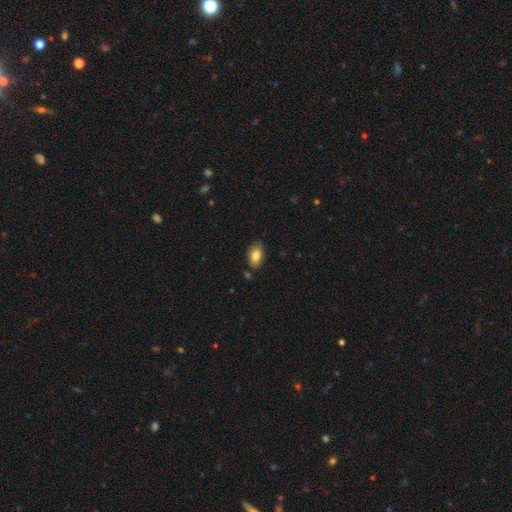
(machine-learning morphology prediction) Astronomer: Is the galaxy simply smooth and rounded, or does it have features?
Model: smooth — 83%.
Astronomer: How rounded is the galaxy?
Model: in between — 91%.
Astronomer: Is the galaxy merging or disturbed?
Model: none — 77%.